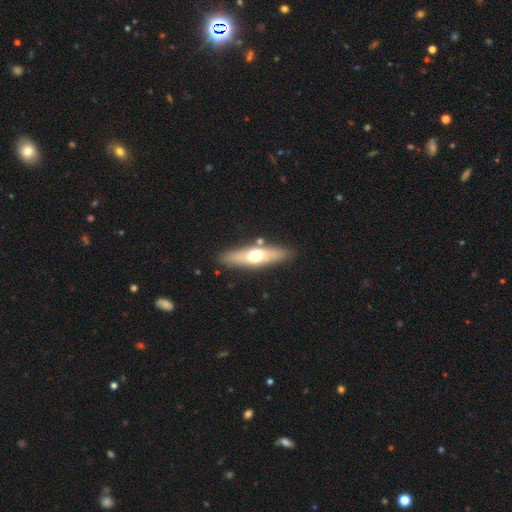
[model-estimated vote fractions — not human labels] smooth_or_featured: smooth (p=0.48) [alt: featured or disk p=0.46]
merging: none (p=0.84) [alt: minor disturbance p=0.10]